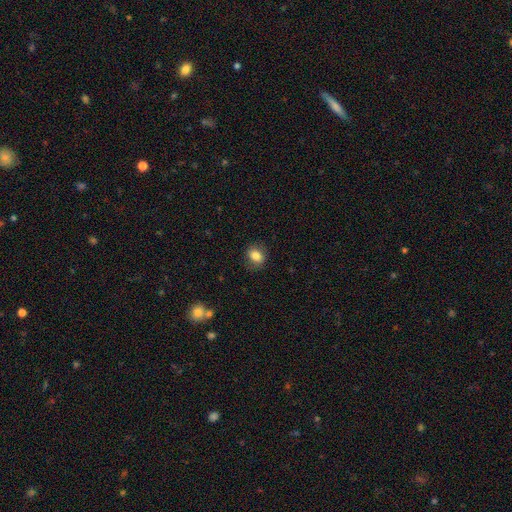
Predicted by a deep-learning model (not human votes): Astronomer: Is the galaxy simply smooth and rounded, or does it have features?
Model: smooth — 81%.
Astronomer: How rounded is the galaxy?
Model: round — 54% (runner-up: in between, 45%).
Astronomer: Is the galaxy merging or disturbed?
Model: none — 82%.